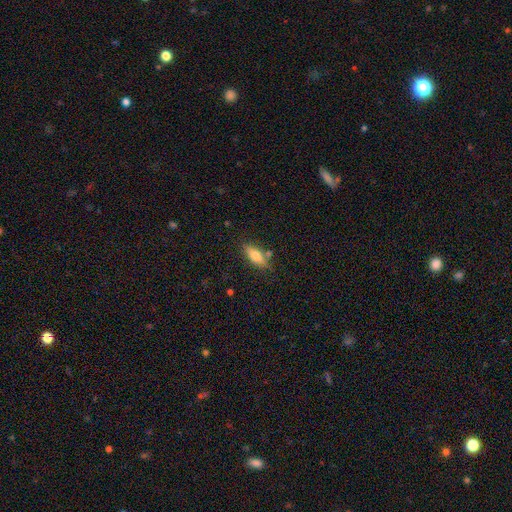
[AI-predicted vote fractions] Smooth or featured: smooth — 67% (featured or disk — 25%)
How rounded: in between — 70% (cigar-shaped — 26%)
Merging: none — 73% (minor disturbance — 15%)